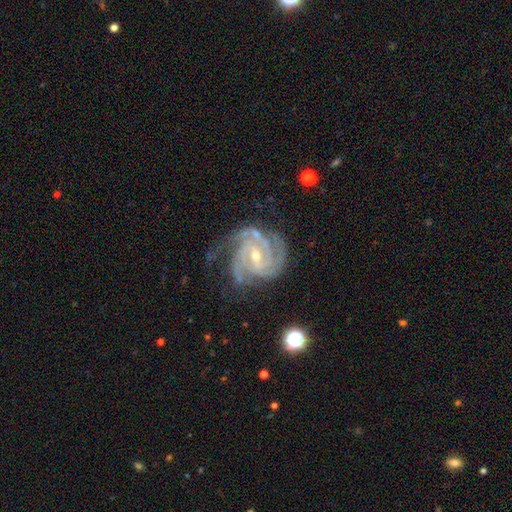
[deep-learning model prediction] Q: Smooth or featured?
A: featured or disk (93%); runner-up: star or artifact (4%)
Q: Edge-on disk?
A: no (98%); runner-up: yes (2%)
Q: Bar?
A: weak (46%); runner-up: no (33%)
Q: Spiral arms?
A: yes (99%); runner-up: no (1%)
Q: Spiral winding?
A: tight (69%); runner-up: medium (28%)
Q: Spiral arm count?
A: 3 (40%); runner-up: 4 (31%)
Q: Bulge size?
A: small (58%); runner-up: moderate (39%)
Q: Merging?
A: none (66%); runner-up: minor disturbance (22%)